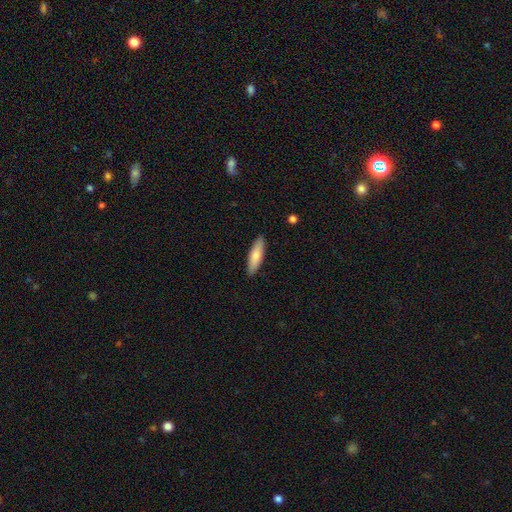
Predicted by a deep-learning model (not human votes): smooth 74%, featured or disk 21%, star or artifact 5%. Down the decision tree: how rounded — cigar-shaped (61%); merging — none (90%).